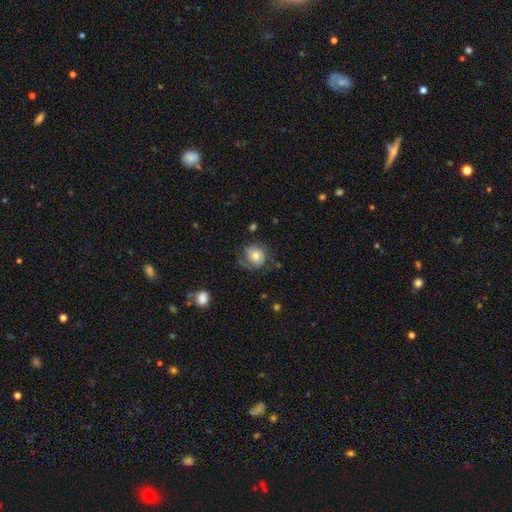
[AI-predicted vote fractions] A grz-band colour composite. It shows a smooth galaxy with no disk features (58%) that is round (77%). Merging: none (57%).